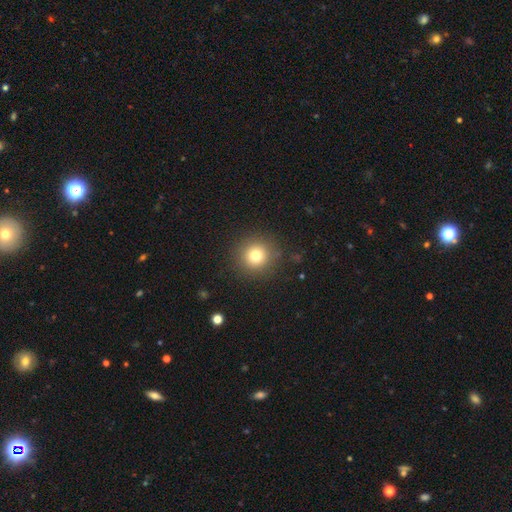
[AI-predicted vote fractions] Overall: smooth (77%). How rounded: round (94%). Merging: none (89%).